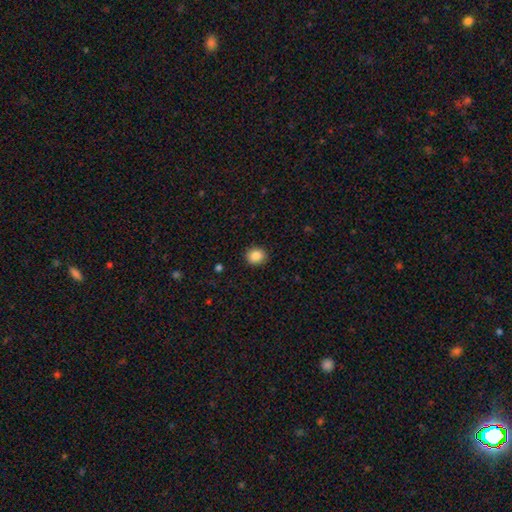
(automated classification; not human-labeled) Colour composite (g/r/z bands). It shows a smooth galaxy with no disk features (86%) that is round (76%). Merging: none (90%).